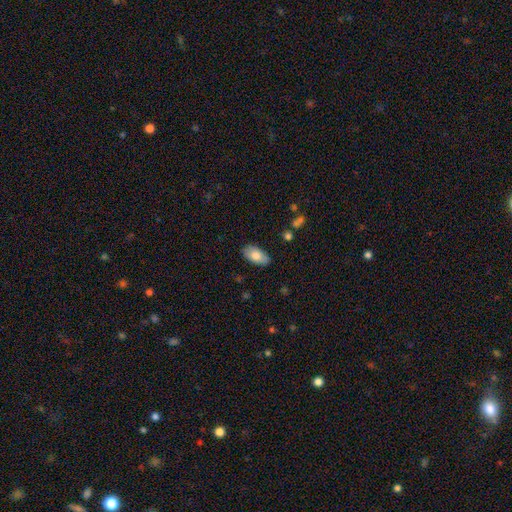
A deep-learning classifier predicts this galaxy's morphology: smooth_or_featured: smooth (p=0.78) [alt: featured or disk p=0.16]
how_rounded: in between (p=0.94) [alt: round p=0.03]
merging: none (p=0.84) [alt: minor disturbance p=0.13]